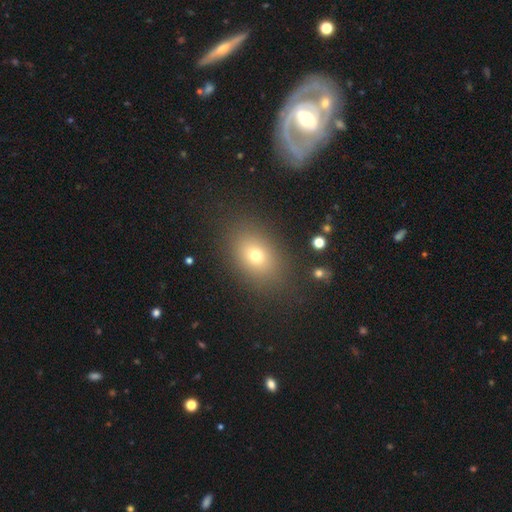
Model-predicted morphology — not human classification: Smooth or featured: smooth — 72% (star or artifact — 15%)
How rounded: in between — 74% (round — 24%)
Merging: none — 84% (minor disturbance — 10%)